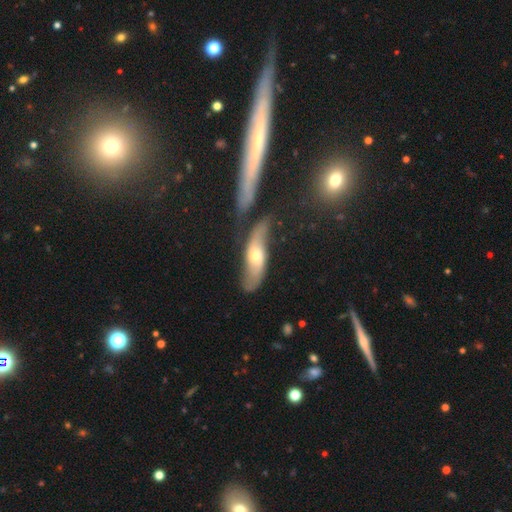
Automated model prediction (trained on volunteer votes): Q: Smooth or featured?
A: featured or disk (57%); runner-up: smooth (35%)
Q: Edge-on disk?
A: no (71%); runner-up: yes (29%)
Q: Merging?
A: none (45%); runner-up: minor disturbance (24%)